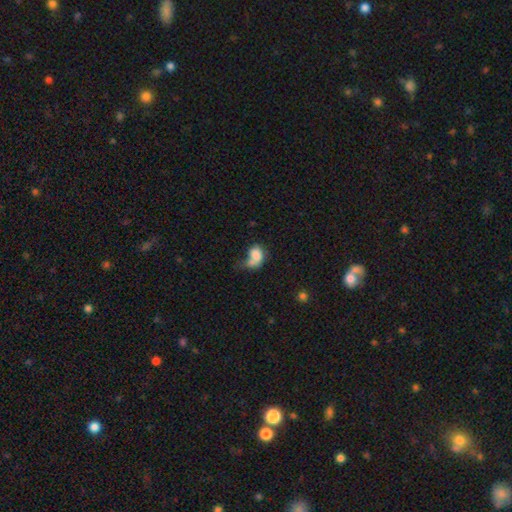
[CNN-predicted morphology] Q: Smooth or featured?
A: smooth (74%); runner-up: featured or disk (16%)
Q: How rounded?
A: in between (72%); runner-up: round (26%)
Q: Merging?
A: merger (39%); runner-up: major disturbance (24%)